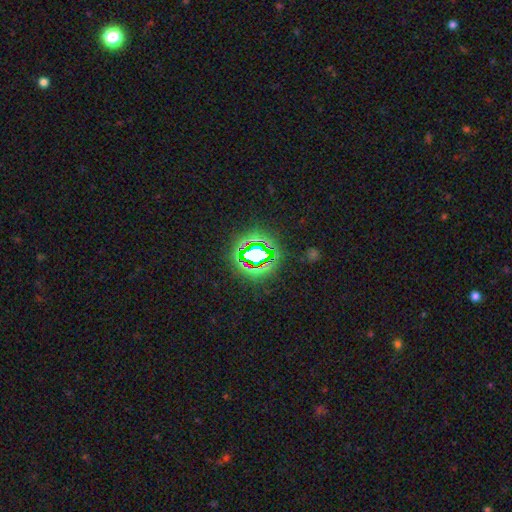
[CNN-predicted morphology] A star or artifact, not a galaxy (72%).